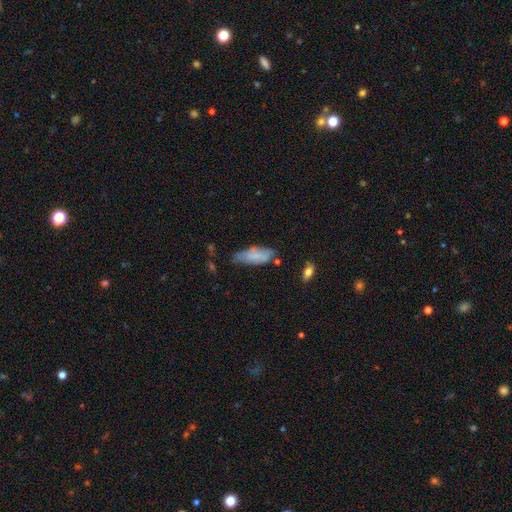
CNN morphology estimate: A smooth galaxy with no disk features (66%) that is in between round and cigar-shaped (74%). Merging: none (53%).